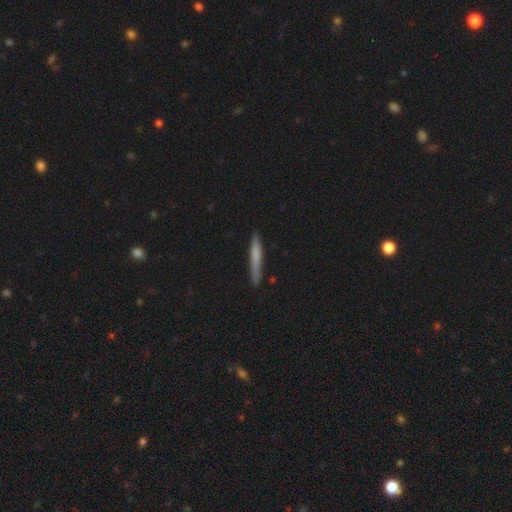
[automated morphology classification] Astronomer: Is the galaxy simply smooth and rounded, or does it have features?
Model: smooth — 66%.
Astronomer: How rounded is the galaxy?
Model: cigar-shaped — 96%.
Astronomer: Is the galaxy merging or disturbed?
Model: none — 85%.